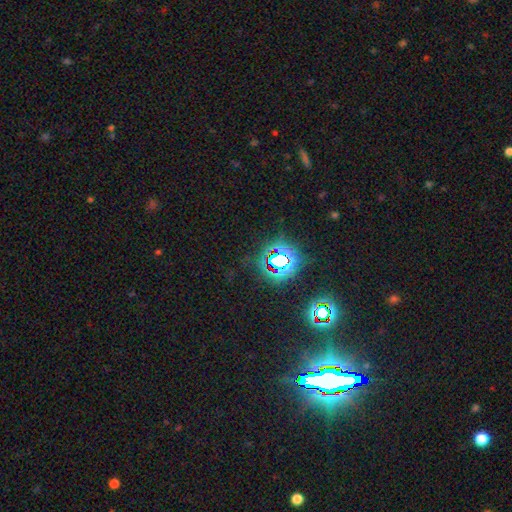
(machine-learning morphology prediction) Smooth or featured? star or artifact (81%)